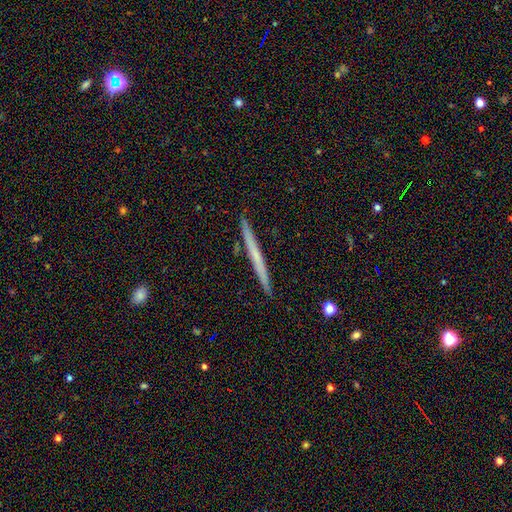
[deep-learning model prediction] smooth-or-featured: featured or disk: 50% | smooth: 42% | star or artifact: 8%
  merging: none: 92% | minor disturbance: 5% | major disturbance: 1% | merger: 1%